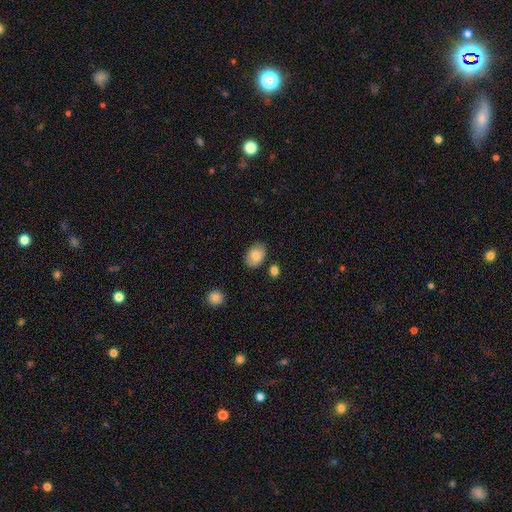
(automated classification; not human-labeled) Smooth or featured?
  - smooth: 84% *
  - featured or disk: 9%
  - star or artifact: 7%
How rounded?
  - in between: 80% *
  - round: 19%
  - cigar-shaped: 1%
Merging?
  - none: 79% *
  - minor disturbance: 14%
  - merger: 4%
  - major disturbance: 3%